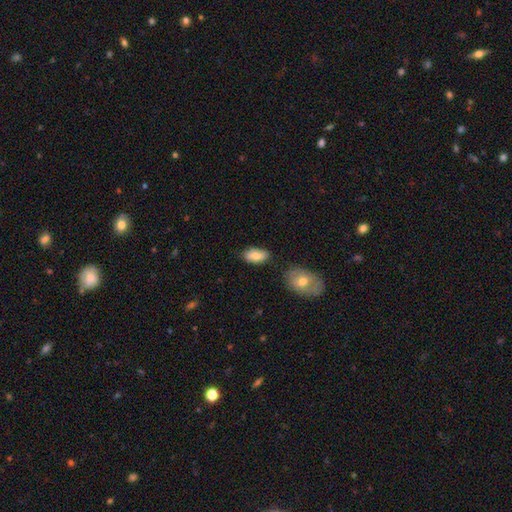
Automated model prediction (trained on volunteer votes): Morphology: type=smooth (79%); roundness=in between (92%); merging=none (77%).